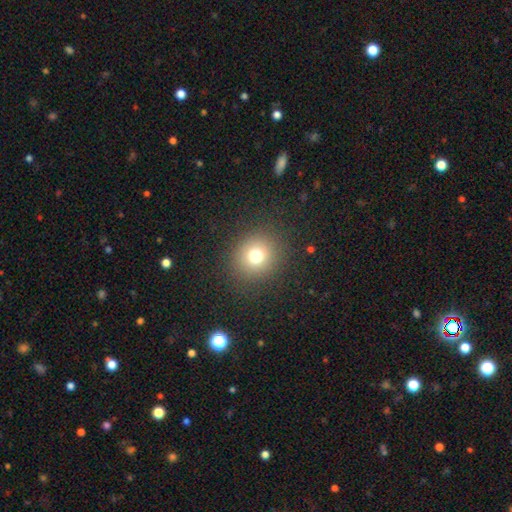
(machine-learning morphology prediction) A smooth galaxy with no disk features (72%) that is round (86%).

Vote fractions:
- Smooth or featured? smooth: 72% / star or artifact: 17% / featured or disk: 11%
- How rounded? round: 86% / in between: 13% / cigar-shaped: 1%
- Merging? none: 88% / minor disturbance: 7% / major disturbance: 4% / merger: 1%